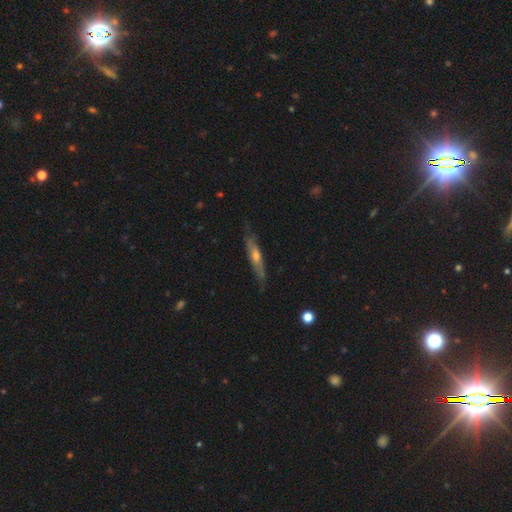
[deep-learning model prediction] A featured or disk galaxy (60%) viewed edge-on (74%).

Vote fractions:
- Smooth or featured? featured or disk: 60% / smooth: 34% / star or artifact: 6%
- Edge-on disk? yes: 74% / no: 26%
- Merging? none: 74% / minor disturbance: 20% / major disturbance: 4% / merger: 2%